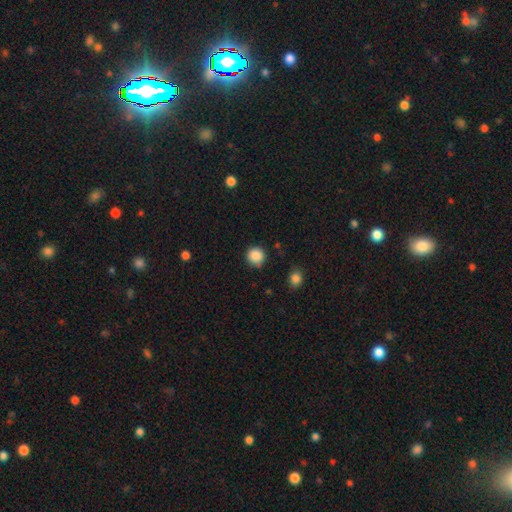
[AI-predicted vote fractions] Morphology: type=smooth (87%); roundness=round (92%); merging=none (83%).